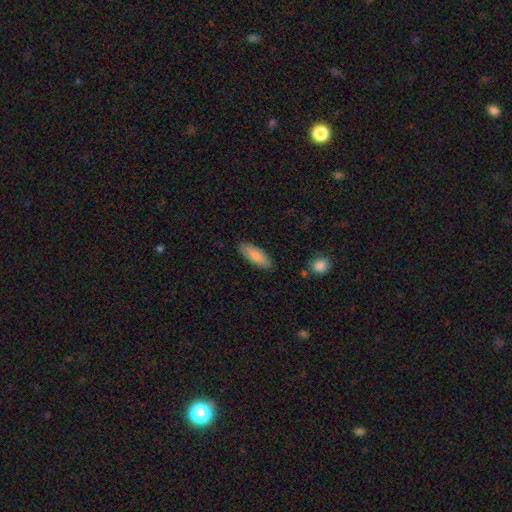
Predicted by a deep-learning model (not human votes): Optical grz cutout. It shows a smooth galaxy with no disk features (84%) that is in between round and cigar-shaped (70%). Merging: none (86%).